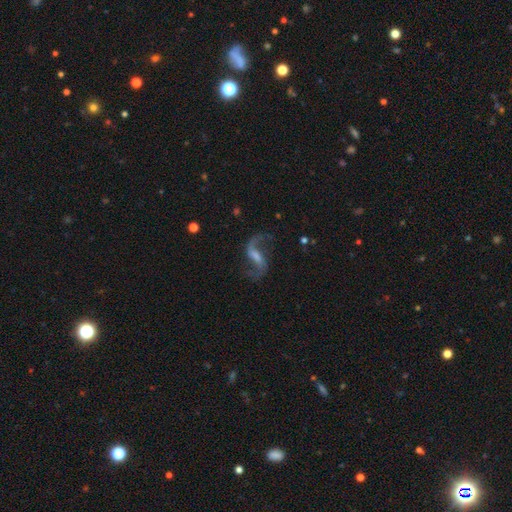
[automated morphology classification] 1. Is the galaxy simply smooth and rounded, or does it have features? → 89% featured or disk, 6% star or artifact, 5% smooth.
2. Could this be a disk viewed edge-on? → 96% no, 4% yes.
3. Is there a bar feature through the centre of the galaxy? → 50% weak, 32% strong, 18% no.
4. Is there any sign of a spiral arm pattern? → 97% yes, 3% no.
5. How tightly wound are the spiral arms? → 80% loose, 17% medium, 3% tight.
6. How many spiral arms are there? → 93% 2, 2% 1, 2% can't tell, 1% 3, 1% 4, 1% more than 4.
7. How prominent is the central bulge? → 38% small, 30% moderate, 24% none, 6% large, 1% dominant.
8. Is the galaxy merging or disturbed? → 77% none, 12% minor disturbance, 9% major disturbance, 2% merger.